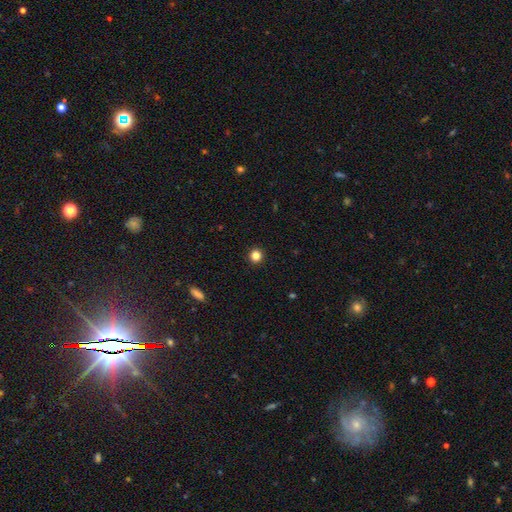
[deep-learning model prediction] A smooth galaxy with no disk features (83%) that is round (94%). Merging: none (93%).